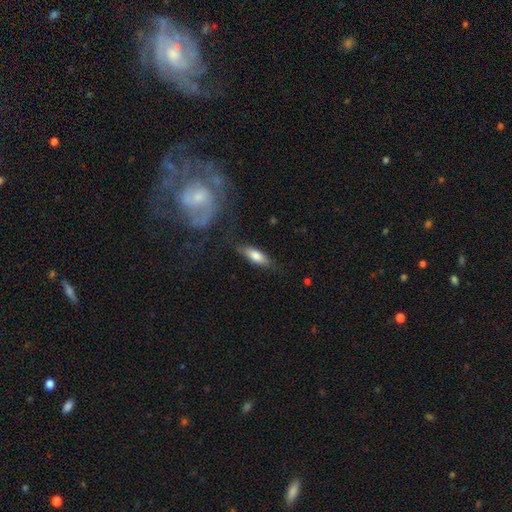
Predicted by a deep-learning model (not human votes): Morphology: type=smooth (71%); roundness=in between (61%); merging=none (72%).